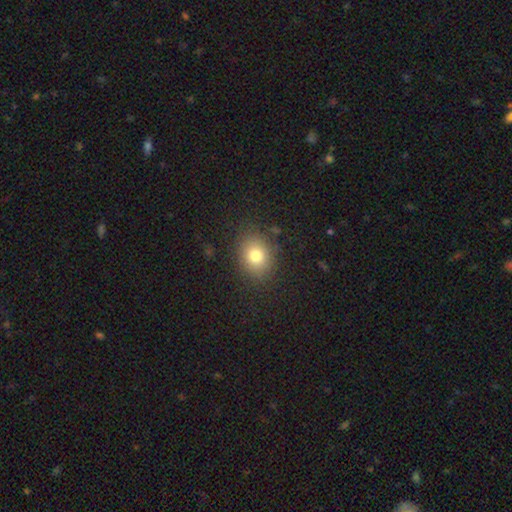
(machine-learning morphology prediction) A smooth galaxy with no disk features (78%) that is round (57%). Merging: none (85%).